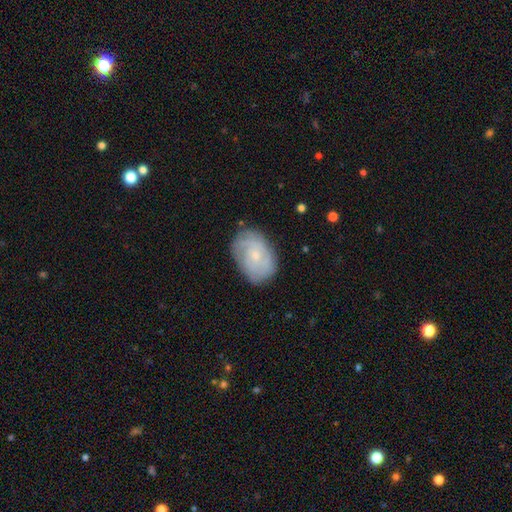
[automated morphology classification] smooth-or-featured: featured or disk: 60% | smooth: 33% | star or artifact: 7%
  disk-edge-on: no: 96% | yes: 4%
    bar: no: 74% | weak: 23% | strong: 3%
    has-spiral-arms: yes: 84% | no: 16%
    bulge-size: small: 70% | moderate: 23% | none: 4% | large: 1% | dominant: 1%
  merging: none: 75% | minor disturbance: 19% | major disturbance: 5% | merger: 1%